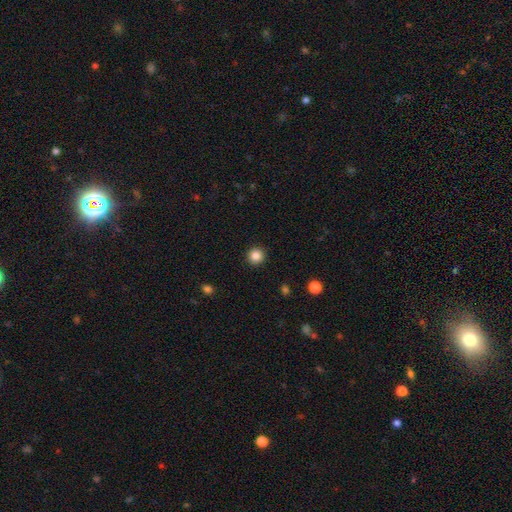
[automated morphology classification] smooth-or-featured: smooth: 85% | star or artifact: 10% | featured or disk: 4%
  how-rounded: round: 94% | in between: 5% | cigar-shaped: 1%
  merging: none: 93% | minor disturbance: 5% | major disturbance: 2% | merger: 1%